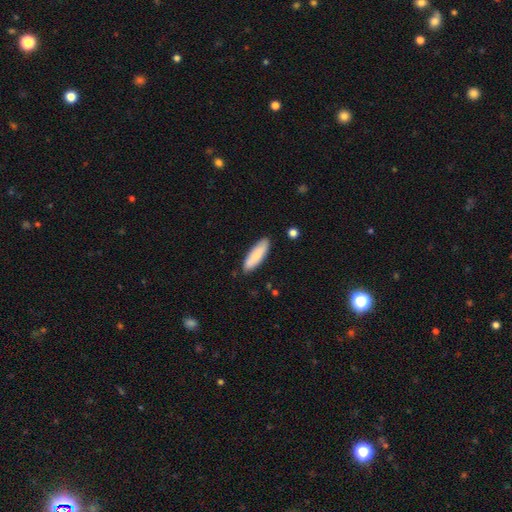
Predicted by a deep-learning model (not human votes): smooth-or-featured: smooth: 81% | featured or disk: 13% | star or artifact: 5%
  how-rounded: cigar-shaped: 50% | in between: 49% | round: 2%
  merging: none: 85% | minor disturbance: 11% | major disturbance: 2% | merger: 2%